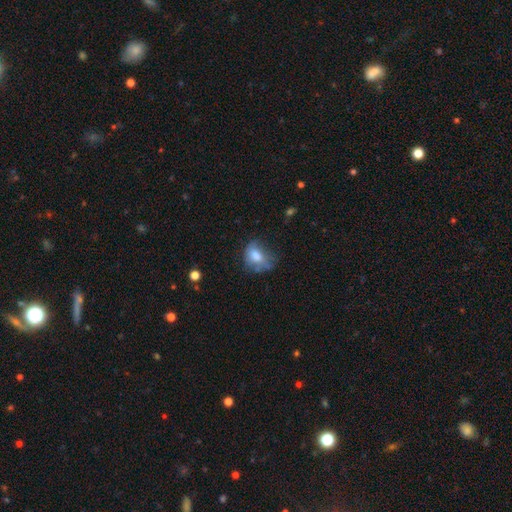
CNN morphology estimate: type=smooth (67%); roundness=in between (65%); merging=none (36%).